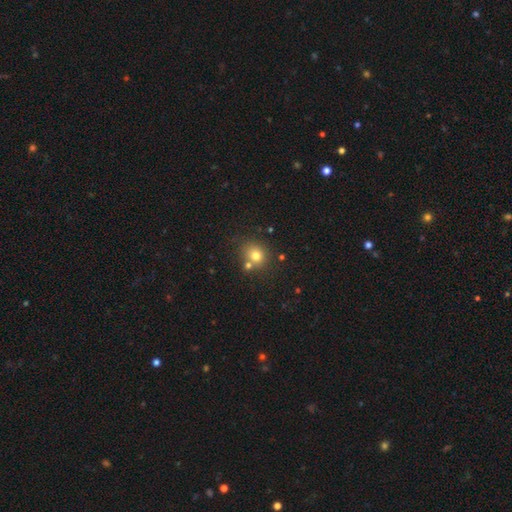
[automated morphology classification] Smooth or featured: smooth — 76% (star or artifact — 14%)
How rounded: round — 76% (in between — 23%)
Merging: none — 66% (merger — 19%)